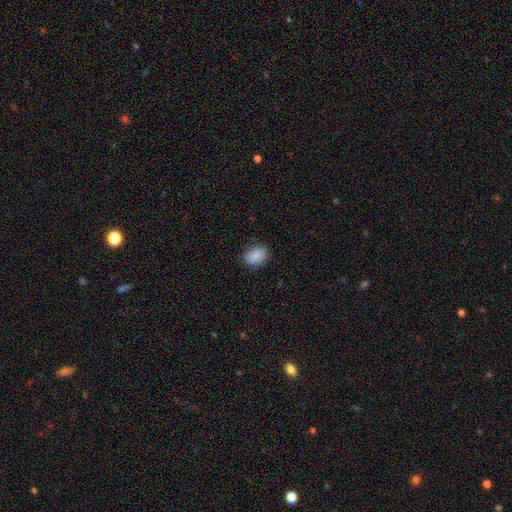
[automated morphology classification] The model was most divided on "how rounded": in between: 69%, round: 30%, cigar-shaped: 1%. More confident: smooth or featured — smooth (88%); merging — none (85%).